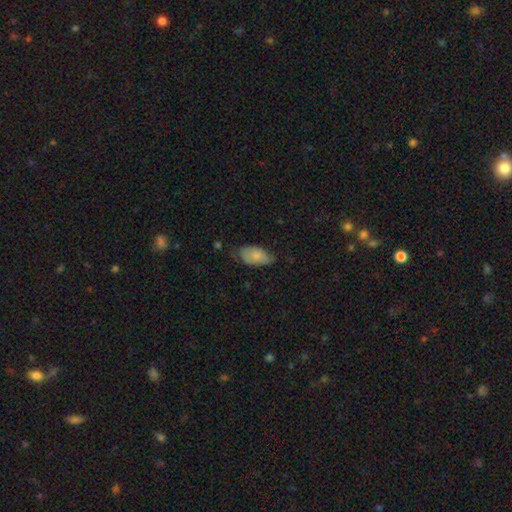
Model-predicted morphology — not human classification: Smooth or featured? Predicted: smooth (p=0.77). How rounded? Predicted: in between (p=0.93). Merging? Predicted: none (p=0.53).